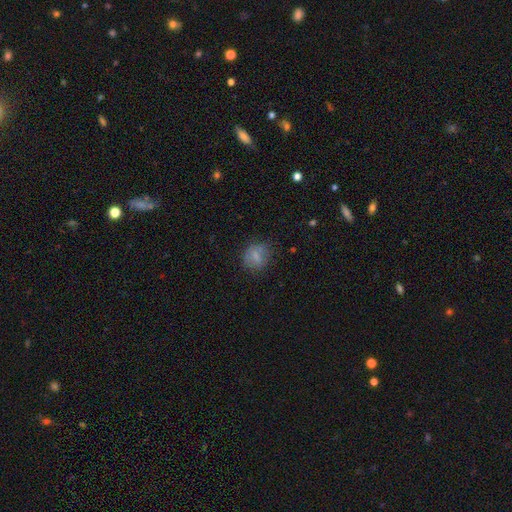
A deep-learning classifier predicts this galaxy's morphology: This appears to be a smooth galaxy with no disk features (71%) that is round (69%). Merging: none (66%).